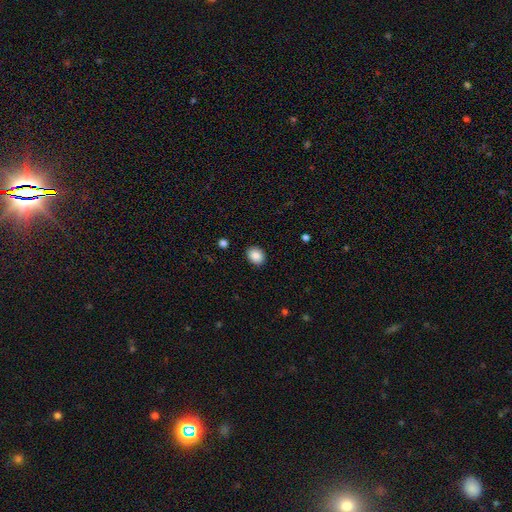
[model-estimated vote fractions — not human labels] smooth-or-featured: smooth: 88% | star or artifact: 8% | featured or disk: 4%
  how-rounded: round: 51% | in between: 48% | cigar-shaped: 1%
  merging: none: 89% | minor disturbance: 8% | major disturbance: 2% | merger: 1%